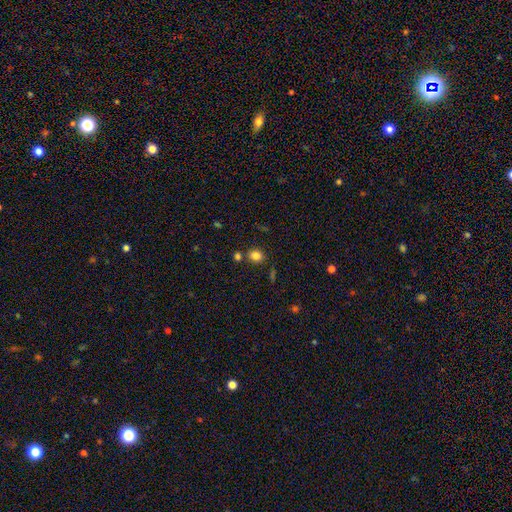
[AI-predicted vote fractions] A smooth galaxy with no disk features (81%) that is round (54%).

Vote fractions:
- Smooth or featured? smooth: 81% / star or artifact: 13% / featured or disk: 6%
- How rounded? round: 54% / in between: 45% / cigar-shaped: 1%
- Merging? none: 75% / merger: 11% / minor disturbance: 11% / major disturbance: 3%